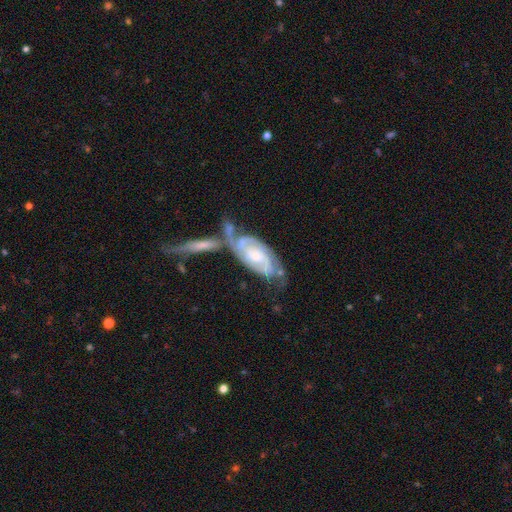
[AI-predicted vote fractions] Morphology: type=featured or disk (83%); edge-on=no (94%); bar=no (58%); spiral arms=yes (96%); winding=tight (56%); arm count=2 (72%); bulge=small (54%); merging=merger (40%).